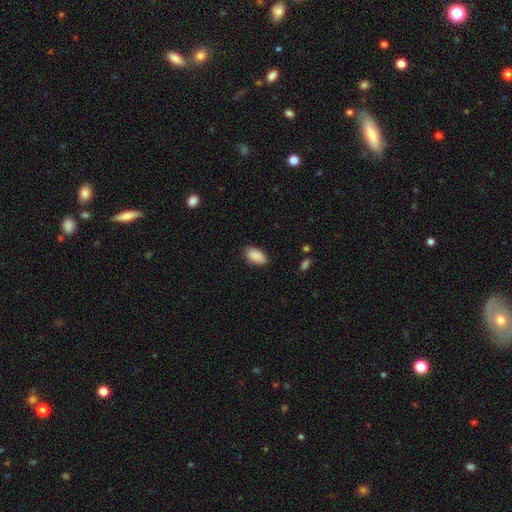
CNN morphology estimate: smooth-or-featured: smooth: 90% | star or artifact: 7% | featured or disk: 4%
  how-rounded: in between: 94% | round: 4% | cigar-shaped: 2%
  merging: none: 81% | minor disturbance: 15% | major disturbance: 3% | merger: 1%